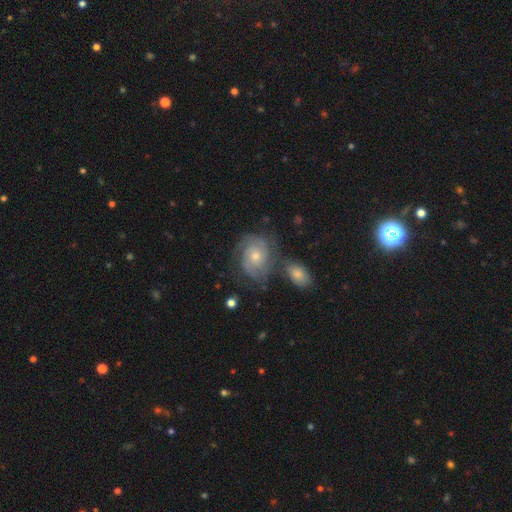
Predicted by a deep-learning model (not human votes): smooth-or-featured: featured or disk: 79% | smooth: 13% | star or artifact: 8%
  disk-edge-on: no: 97% | yes: 3%
    bar: no: 74% | weak: 22% | strong: 4%
    has-spiral-arms: yes: 94% | no: 6%
      spiral-winding: tight: 65% | medium: 28% | loose: 7%
      spiral-arm-count: 2: 43% | can't tell: 25% | 3: 19% | 4: 5% | 1: 4% | more than 4: 4%
    bulge-size: moderate: 57% | small: 37% | large: 3% | none: 2% | dominant: 1%
  merging: none: 66% | minor disturbance: 16% | merger: 11% | major disturbance: 7%